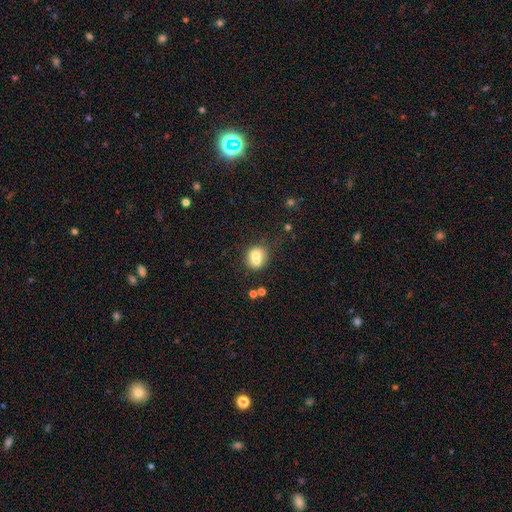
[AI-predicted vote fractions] smooth-or-featured: smooth: 69% | featured or disk: 21% | star or artifact: 10%
  how-rounded: round: 75% | in between: 24% | cigar-shaped: 1%
  merging: merger: 46% | none: 39% | minor disturbance: 11% | major disturbance: 4%